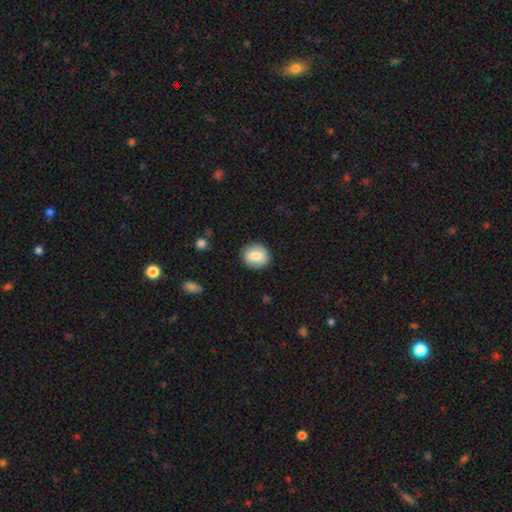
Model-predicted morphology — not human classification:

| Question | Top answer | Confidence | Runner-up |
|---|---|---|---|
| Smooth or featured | smooth | 73% | featured or disk (19%) |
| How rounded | round | 83% | in between (16%) |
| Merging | none | 86% | minor disturbance (10%) |